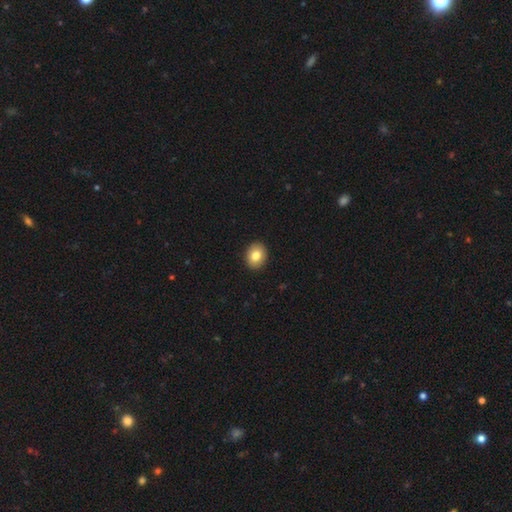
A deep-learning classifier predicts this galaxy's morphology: A smooth galaxy with no disk features (81%) that is round (51%).

Vote fractions:
- Smooth or featured? smooth: 81% / featured or disk: 10% / star or artifact: 9%
- How rounded? round: 51% / in between: 48% / cigar-shaped: 1%
- Merging? none: 92% / minor disturbance: 6% / major disturbance: 2% / merger: 1%